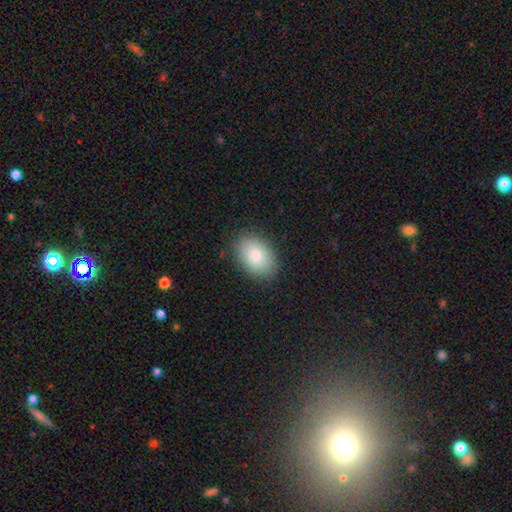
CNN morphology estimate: Q: Smooth or featured?
A: smooth (85%); runner-up: featured or disk (9%)
Q: How rounded?
A: in between (87%); runner-up: round (12%)
Q: Merging?
A: none (86%); runner-up: minor disturbance (11%)